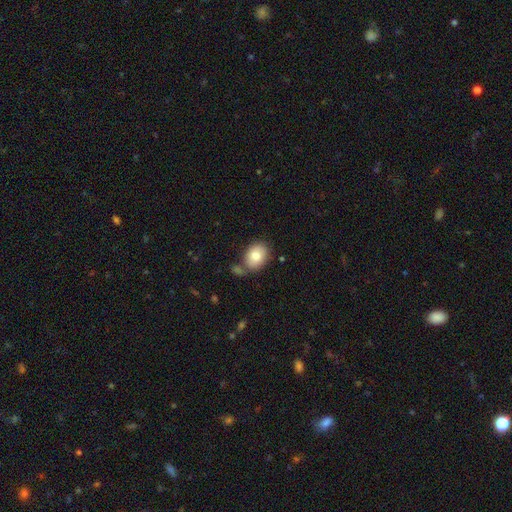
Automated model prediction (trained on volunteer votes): smooth-or-featured: smooth: 81% | featured or disk: 12% | star or artifact: 8%
  how-rounded: in between: 64% | round: 35% | cigar-shaped: 1%
  merging: none: 66% | minor disturbance: 15% | merger: 14% | major disturbance: 4%